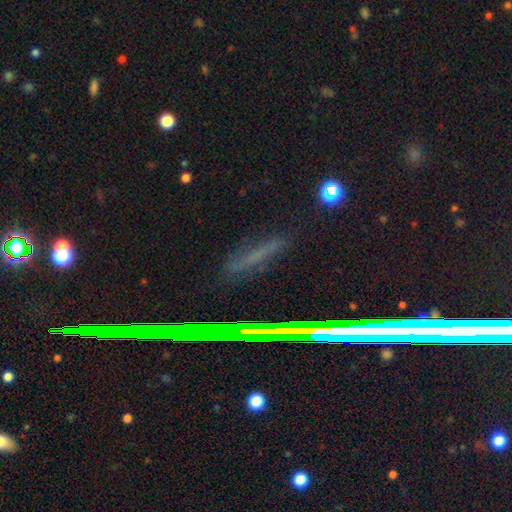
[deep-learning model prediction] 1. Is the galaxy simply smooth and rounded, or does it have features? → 61% star or artifact, 21% featured or disk, 18% smooth.